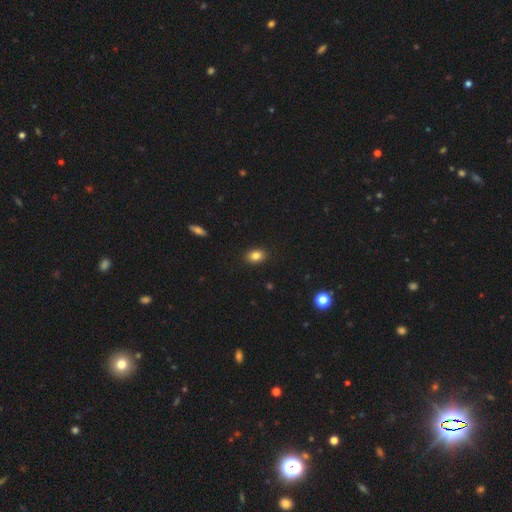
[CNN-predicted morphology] smooth 84%, star or artifact 10%, featured or disk 6%. Down the decision tree: how rounded — in between (76%); merging — none (90%).